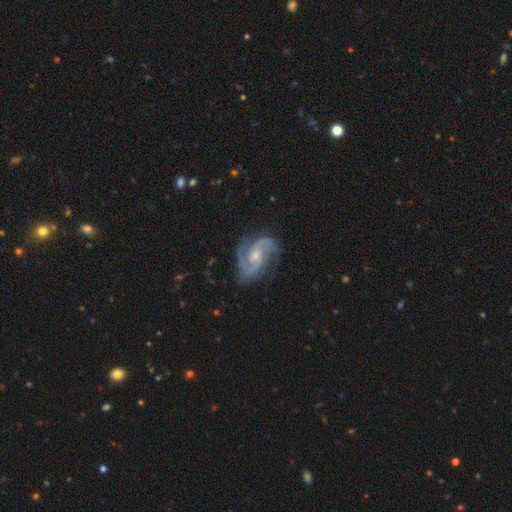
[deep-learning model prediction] Morphology: type=featured or disk (91%); edge-on=no (98%); bar=no (50%); spiral arms=yes (98%); winding=medium (58%); arm count=2 (79%); bulge=small (53%); merging=none (74%).